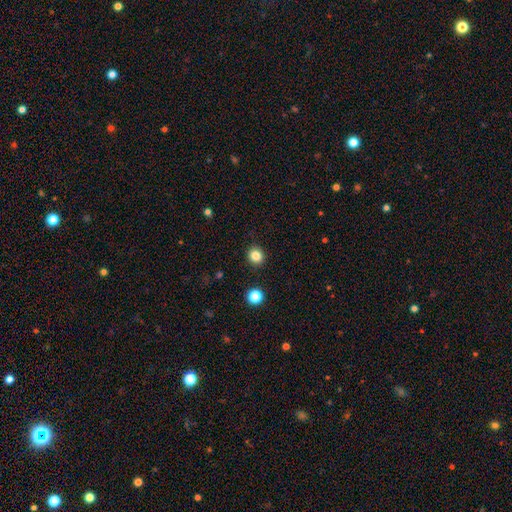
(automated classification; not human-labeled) smooth_or_featured: smooth (p=0.83) [alt: star or artifact p=0.12]
how_rounded: round (p=0.86) [alt: in between p=0.13]
merging: none (p=0.91) [alt: minor disturbance p=0.06]